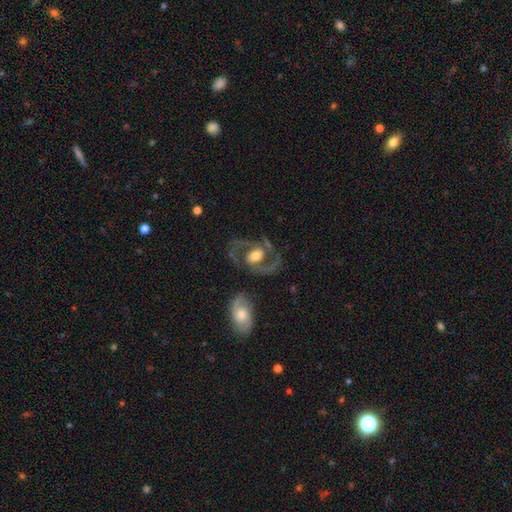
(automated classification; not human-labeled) A featured or disk galaxy (85%) with no bar (43%), 2 (91%) medium (60%) spiral arms (91%) and a moderate central bulge (55%). Merging: none (69%).